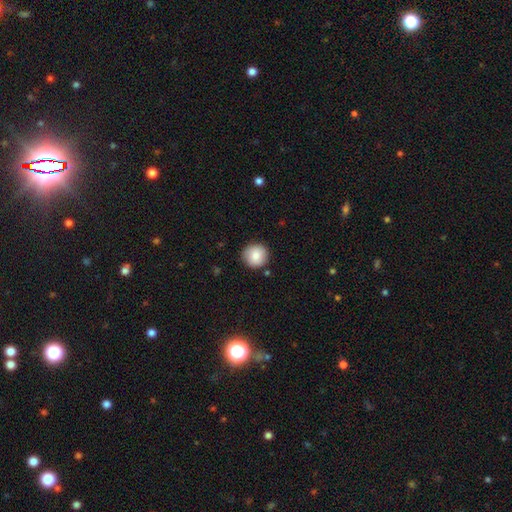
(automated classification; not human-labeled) Smooth or featured: smooth — 82% (featured or disk — 9%)
How rounded: round — 94% (in between — 5%)
Merging: none — 86% (minor disturbance — 9%)